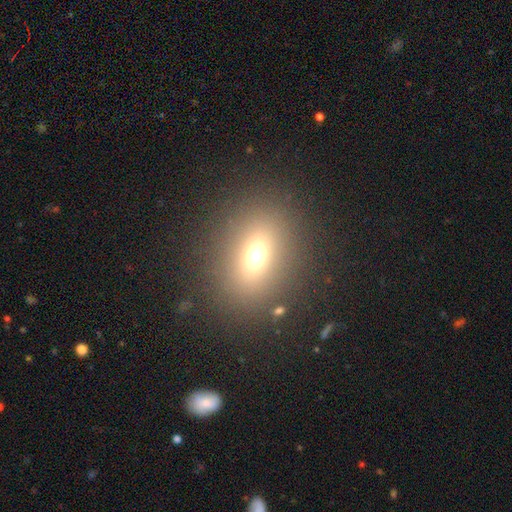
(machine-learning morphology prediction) The model was most divided on "how rounded": in between: 55%, round: 42%, cigar-shaped: 3%. More confident: merging — none (85%); smooth or featured — smooth (66%).